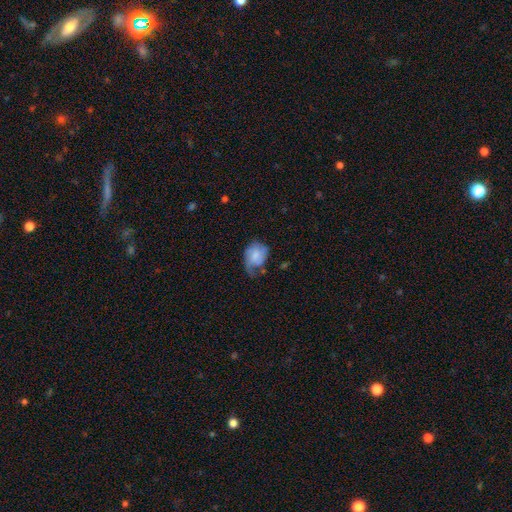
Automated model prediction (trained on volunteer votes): A smooth galaxy with no disk features (54%) that is in between round and cigar-shaped (62%).

Vote fractions:
- Smooth or featured? smooth: 54% / featured or disk: 39% / star or artifact: 8%
- How rounded? in between: 62% / round: 36% / cigar-shaped: 1%
- Merging? minor disturbance: 37% / none: 33% / major disturbance: 27% / merger: 3%